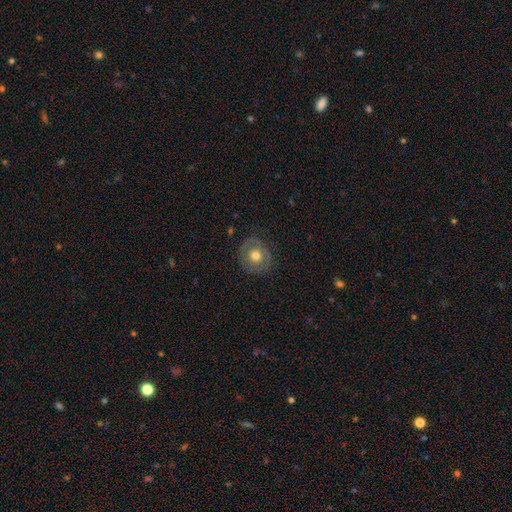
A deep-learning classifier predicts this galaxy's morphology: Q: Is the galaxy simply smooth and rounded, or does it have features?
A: smooth — 50%.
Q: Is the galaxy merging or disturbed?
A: none — 79%.